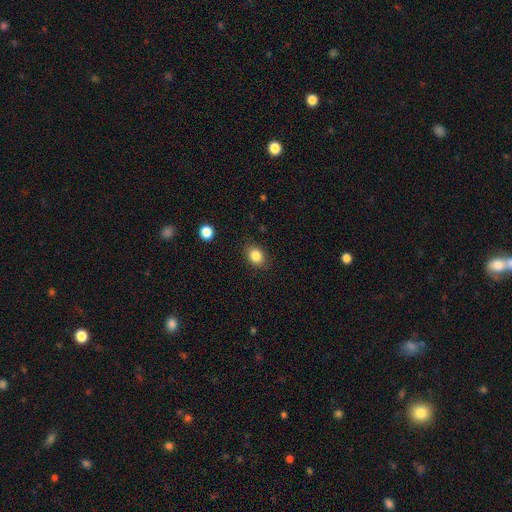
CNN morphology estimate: This is clearly a smooth galaxy (85%). How rounded: likely in between (66%). Merging: clearly none (86%).